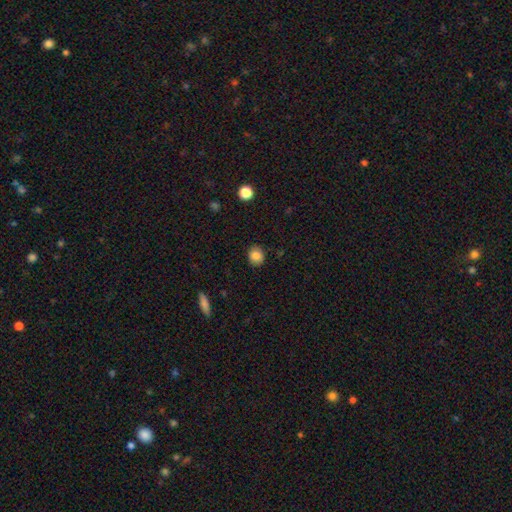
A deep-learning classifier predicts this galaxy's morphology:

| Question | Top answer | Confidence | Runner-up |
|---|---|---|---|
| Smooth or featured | smooth | 84% | star or artifact (10%) |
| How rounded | round | 73% | in between (26%) |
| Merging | none | 88% | minor disturbance (9%) |